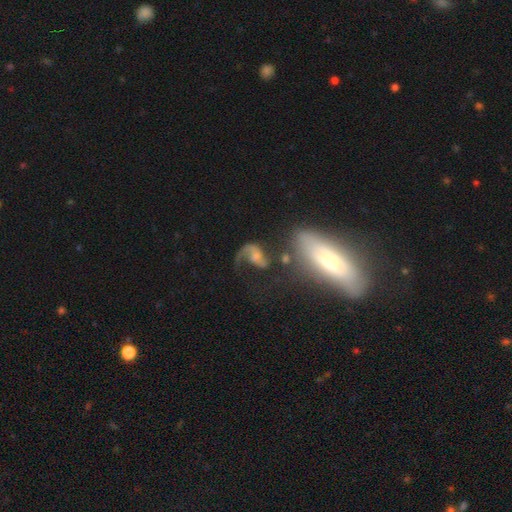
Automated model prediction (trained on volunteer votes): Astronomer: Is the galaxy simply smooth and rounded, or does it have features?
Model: featured or disk — 71%.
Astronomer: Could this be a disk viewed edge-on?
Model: no — 97%.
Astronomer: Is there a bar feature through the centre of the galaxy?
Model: no — 56% (runner-up: weak, 32%).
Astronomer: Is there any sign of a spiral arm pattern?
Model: yes — 87%.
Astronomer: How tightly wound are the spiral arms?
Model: loose — 70%.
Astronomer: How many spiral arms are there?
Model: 1 — 50% (runner-up: 2, 43%).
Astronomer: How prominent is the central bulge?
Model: small — 35% (runner-up: moderate, 28%).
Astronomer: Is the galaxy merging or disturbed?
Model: major disturbance — 39% (runner-up: none, 28%).